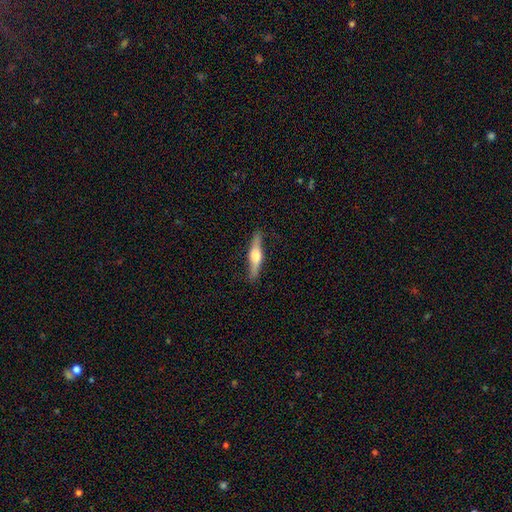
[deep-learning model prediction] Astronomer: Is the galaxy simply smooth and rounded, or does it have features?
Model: featured or disk — 64%.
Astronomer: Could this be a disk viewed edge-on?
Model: yes — 95%.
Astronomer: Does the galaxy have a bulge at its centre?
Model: rounded — 91%.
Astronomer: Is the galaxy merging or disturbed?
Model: none — 86%.